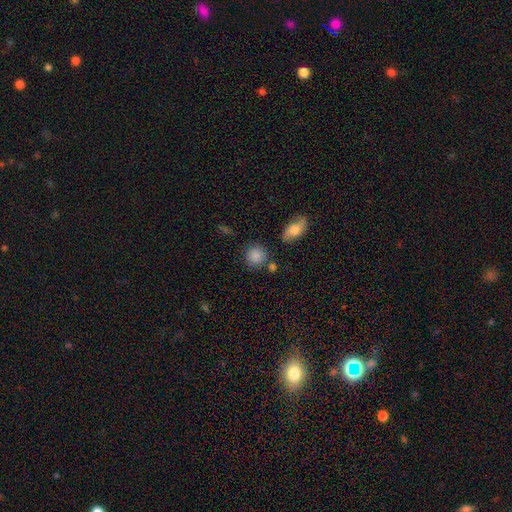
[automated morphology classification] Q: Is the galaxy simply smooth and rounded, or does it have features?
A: smooth — 86%.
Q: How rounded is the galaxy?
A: round — 86%.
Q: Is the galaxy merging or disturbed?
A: none — 77%.